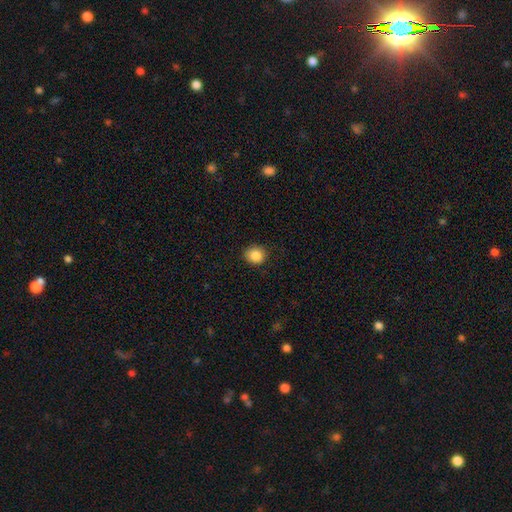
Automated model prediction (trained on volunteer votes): A smooth galaxy with no disk features (86%) that is round (83%).

Vote fractions:
- Smooth or featured? smooth: 86% / star or artifact: 10% / featured or disk: 5%
- How rounded? round: 83% / in between: 16% / cigar-shaped: 1%
- Merging? none: 85% / minor disturbance: 12% / major disturbance: 2% / merger: 1%